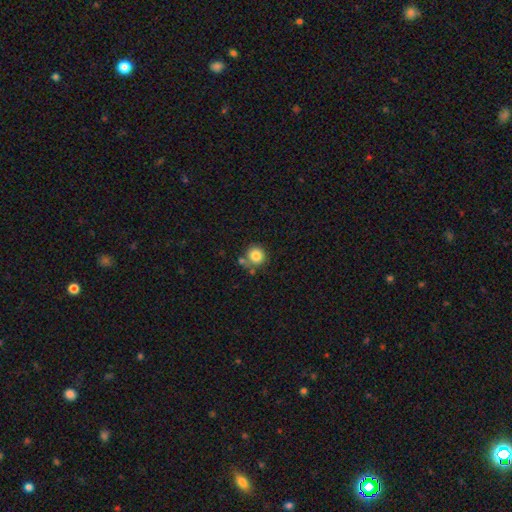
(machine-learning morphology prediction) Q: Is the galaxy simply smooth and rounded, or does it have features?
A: smooth — 84%.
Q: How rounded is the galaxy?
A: round — 92%.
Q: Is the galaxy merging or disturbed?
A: none — 68%.